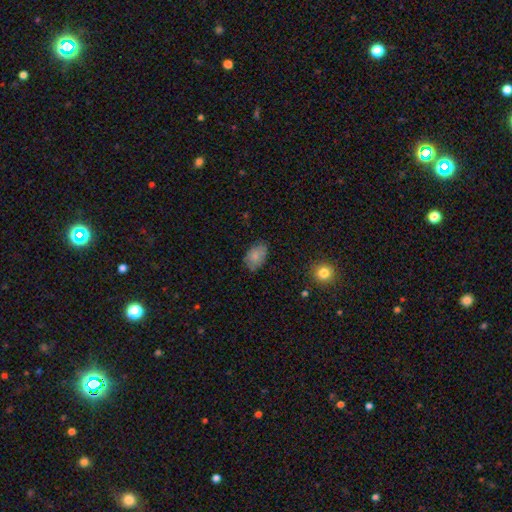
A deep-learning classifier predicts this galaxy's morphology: This appears to be a smooth galaxy with no disk features (80%) that is in between round and cigar-shaped (85%). Merging: none (73%).